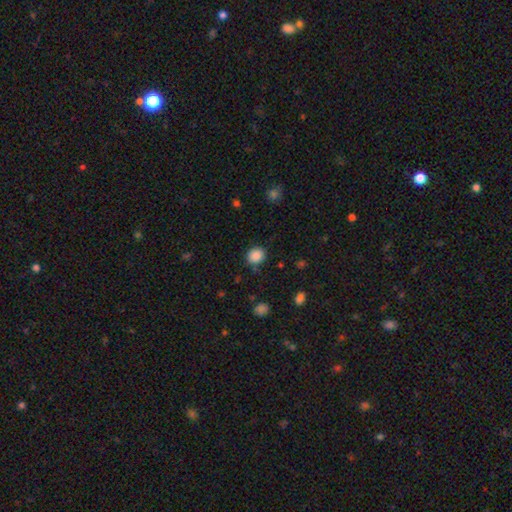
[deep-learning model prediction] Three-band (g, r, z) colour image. It shows a smooth galaxy with no disk features (87%) that is round (72%). Merging: none (84%).